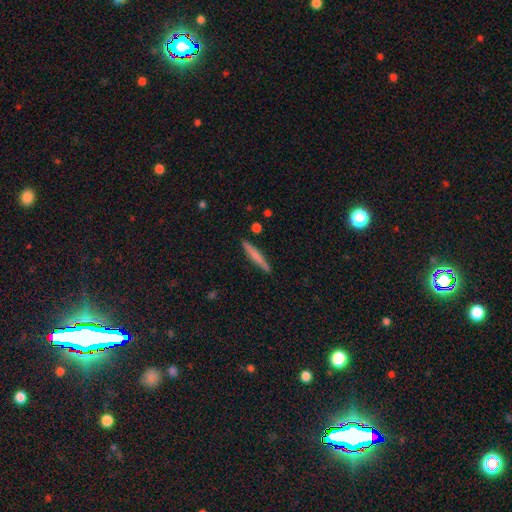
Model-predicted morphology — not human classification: A smooth galaxy with no disk features (63%) that is cigar-shaped (95%).

Vote fractions:
- Smooth or featured? smooth: 63% / featured or disk: 31% / star or artifact: 6%
- How rounded? cigar-shaped: 95% / in between: 4% / round: 1%
- Merging? none: 88% / minor disturbance: 9% / merger: 2% / major disturbance: 2%